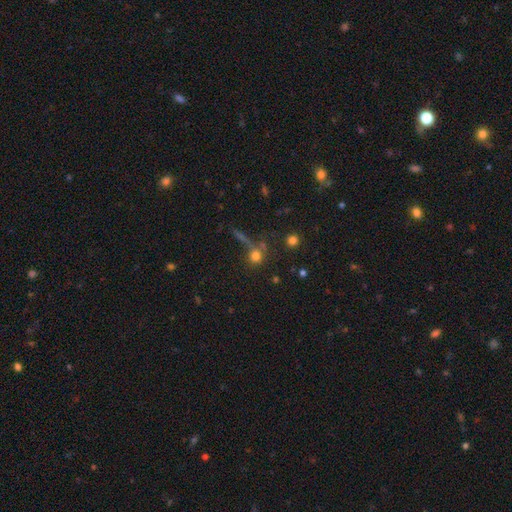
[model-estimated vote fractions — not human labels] smooth 74%, star or artifact 16%, featured or disk 10%. Down the decision tree: how rounded — round (87%); merging — none (62%).